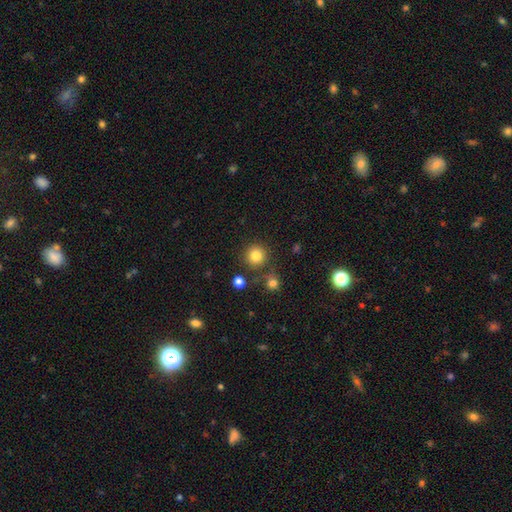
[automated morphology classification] smooth 83%, star or artifact 12%, featured or disk 5%. Down the decision tree: how rounded — round (94%); merging — none (84%).